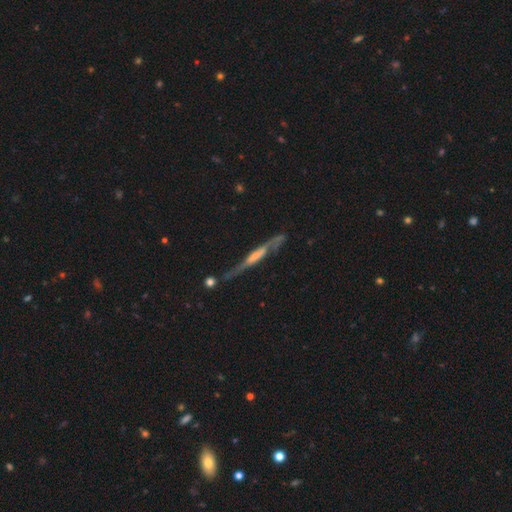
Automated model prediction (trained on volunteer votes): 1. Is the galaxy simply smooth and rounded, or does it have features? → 72% featured or disk, 22% smooth, 6% star or artifact.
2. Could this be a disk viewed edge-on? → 77% yes, 23% no.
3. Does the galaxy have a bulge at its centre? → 44% boxy, 31% none, 25% rounded.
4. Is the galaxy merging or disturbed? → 50% none, 24% minor disturbance, 18% major disturbance, 8% merger.